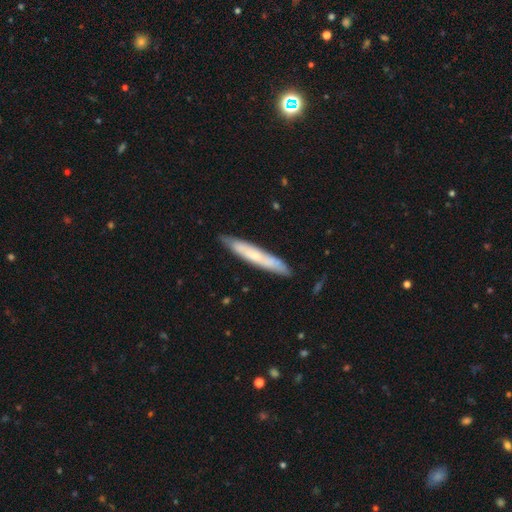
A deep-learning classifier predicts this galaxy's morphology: smooth_or_featured: smooth (p=0.51) [alt: featured or disk p=0.43]
how_rounded: cigar-shaped (p=0.93) [alt: in between p=0.05]
merging: none (p=0.84) [alt: minor disturbance p=0.12]